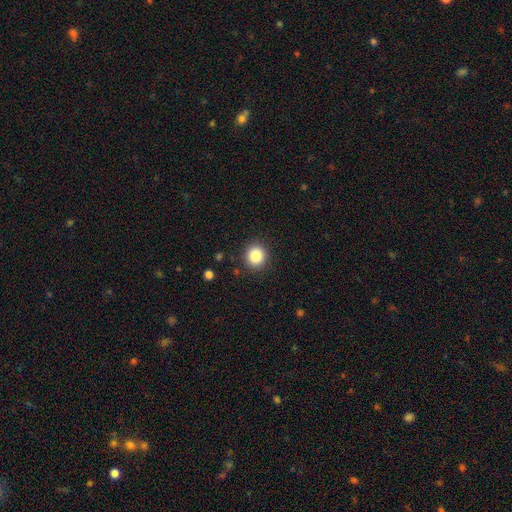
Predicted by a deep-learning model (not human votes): Morphology: type=smooth (86%); roundness=round (89%); merging=none (90%).